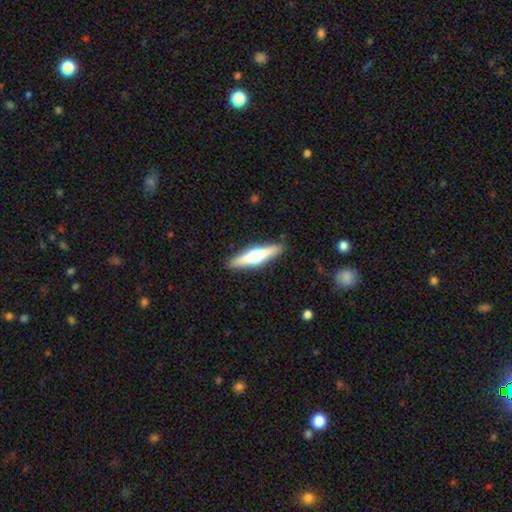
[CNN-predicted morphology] Smooth or featured? featured or disk (58%)
Edge-on disk? yes (96%)
Edge-on bulge? rounded (92%)
Merging? none (90%)